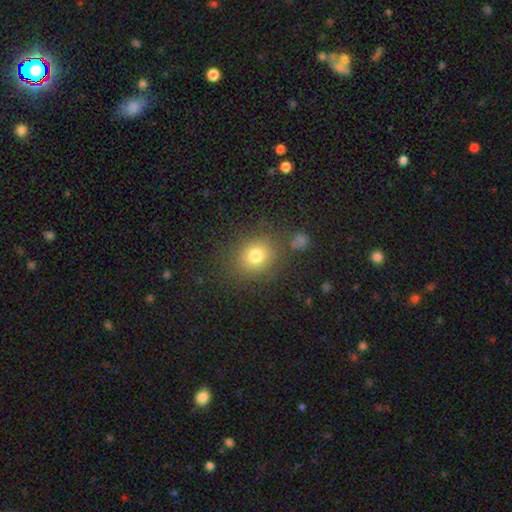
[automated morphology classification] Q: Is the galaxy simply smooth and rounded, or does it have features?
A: smooth — 77%.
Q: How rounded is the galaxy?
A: round — 73%.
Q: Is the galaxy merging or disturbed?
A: none — 80%.